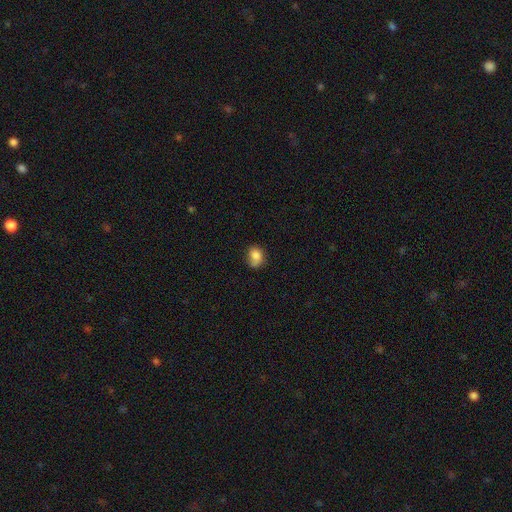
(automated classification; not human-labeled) smooth 78%, featured or disk 12%, star or artifact 10%. Down the decision tree: how rounded — round (51%); merging — none (47%).